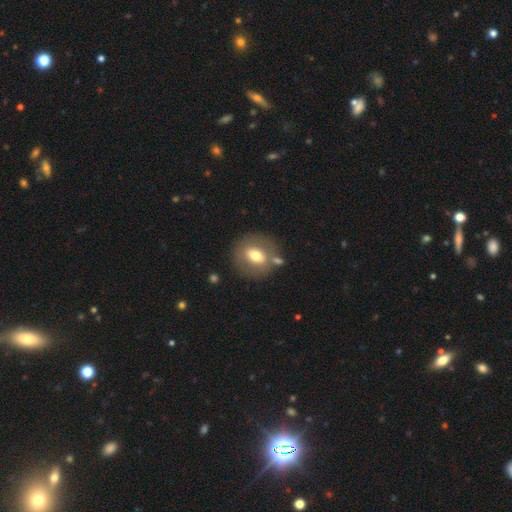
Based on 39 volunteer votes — smooth_or_featured: smooth (p=0.69) [alt: featured or disk p=0.26]
how_rounded: round (p=0.63) [alt: in between p=0.37]
merging: none (p=0.78) [alt: merger p=0.14]